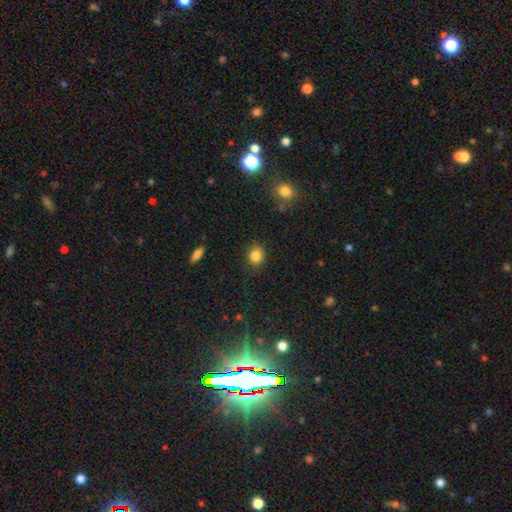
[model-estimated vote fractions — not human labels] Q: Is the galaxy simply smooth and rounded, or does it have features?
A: smooth — 85%.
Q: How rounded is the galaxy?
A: round — 69%.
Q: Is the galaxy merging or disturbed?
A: none — 88%.